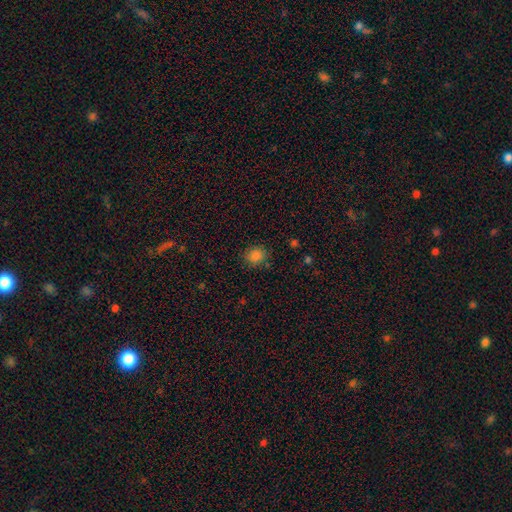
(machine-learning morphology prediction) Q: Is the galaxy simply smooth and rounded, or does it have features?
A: smooth — 84%.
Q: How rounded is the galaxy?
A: round — 69%.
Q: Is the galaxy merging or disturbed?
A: none — 84%.